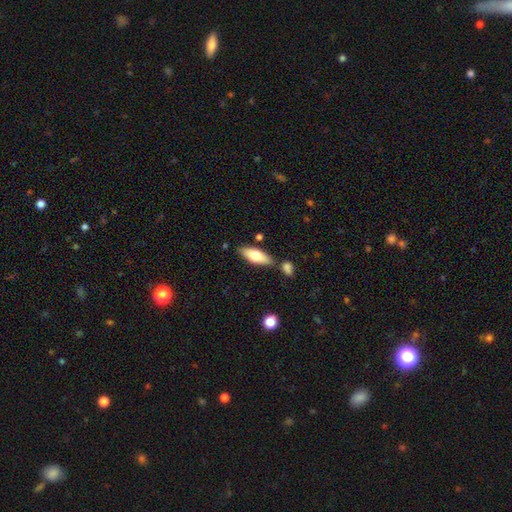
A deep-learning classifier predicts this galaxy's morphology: smooth-or-featured: smooth: 68% | featured or disk: 26% | star or artifact: 6%
  how-rounded: in between: 70% | cigar-shaped: 28% | round: 2%
  merging: none: 76% | minor disturbance: 12% | merger: 9% | major disturbance: 3%